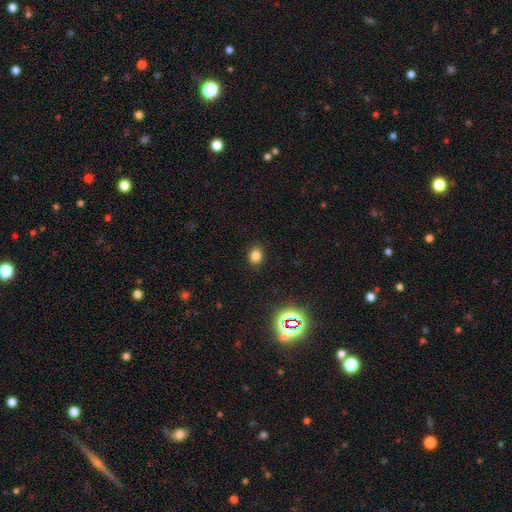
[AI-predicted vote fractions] Smooth or featured? smooth (79%)
How rounded? round (58%)
Merging? none (88%)